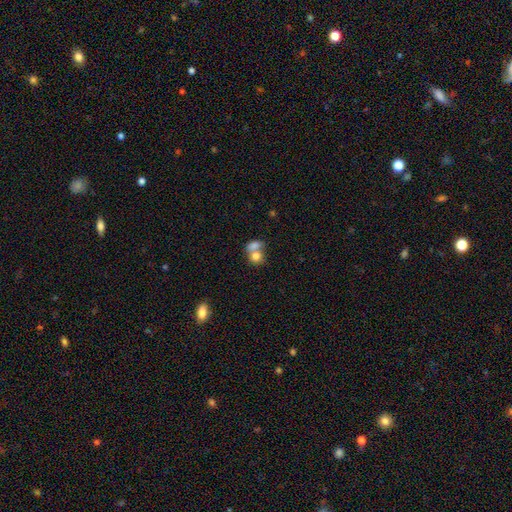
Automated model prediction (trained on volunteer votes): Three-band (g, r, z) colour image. It shows a smooth galaxy with no disk features (77%) that is round (59%). Merging: merger (64%).